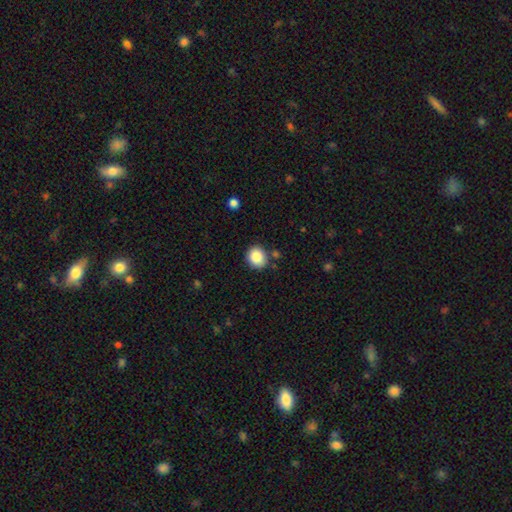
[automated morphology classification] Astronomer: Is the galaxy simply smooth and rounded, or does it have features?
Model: smooth — 87%.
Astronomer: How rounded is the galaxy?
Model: round — 75%.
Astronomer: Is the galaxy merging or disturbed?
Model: none — 81%.